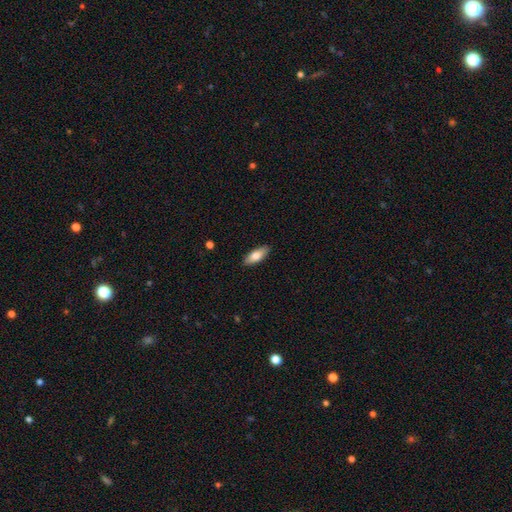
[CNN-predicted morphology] Q: Smooth or featured?
A: smooth (76%); runner-up: featured or disk (18%)
Q: How rounded?
A: in between (71%); runner-up: cigar-shaped (27%)
Q: Merging?
A: none (89%); runner-up: minor disturbance (8%)